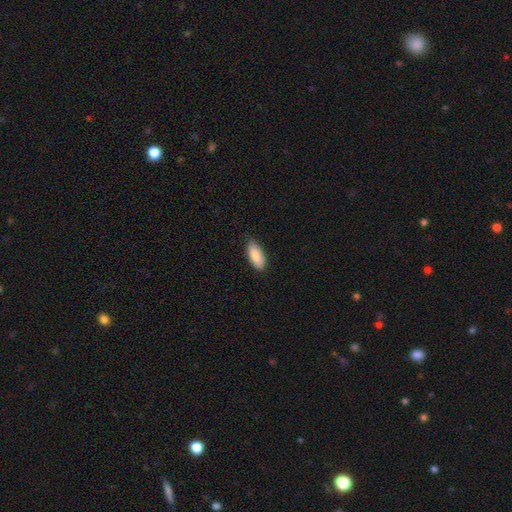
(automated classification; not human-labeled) Smooth or featured? smooth (88%)
How rounded? in between (84%)
Merging? none (81%)